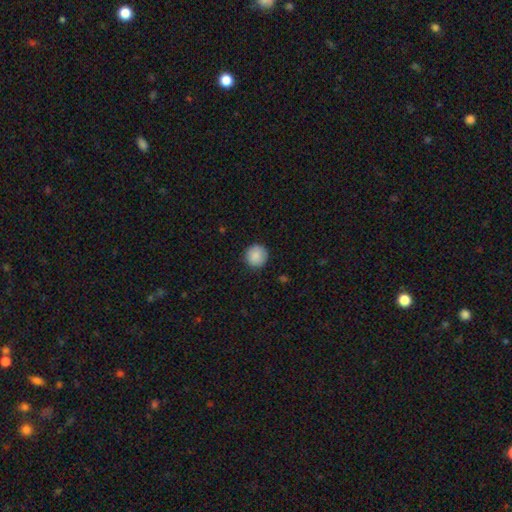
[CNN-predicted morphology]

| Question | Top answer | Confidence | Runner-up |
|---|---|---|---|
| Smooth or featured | smooth | 89% | star or artifact (8%) |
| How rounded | round | 95% | in between (4%) |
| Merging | none | 90% | minor disturbance (7%) |